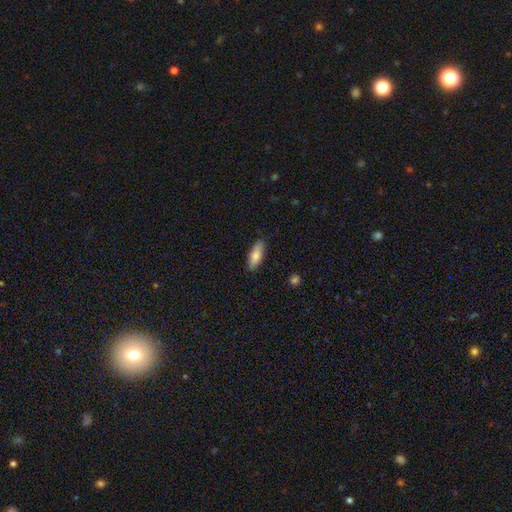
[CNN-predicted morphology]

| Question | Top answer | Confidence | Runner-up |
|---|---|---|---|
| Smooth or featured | smooth | 82% | featured or disk (12%) |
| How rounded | in between | 75% | cigar-shaped (23%) |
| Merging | none | 86% | minor disturbance (11%) |